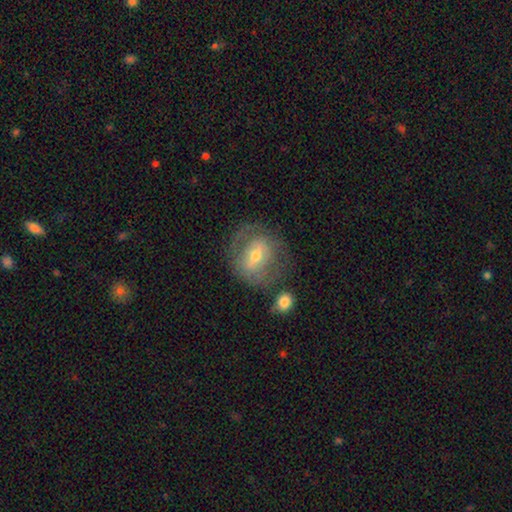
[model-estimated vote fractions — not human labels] Smooth or featured? featured or disk (58%)
Edge-on disk? no (94%)
Bar? weak (46%)
Spiral arms? yes (54%)
Bulge size? moderate (64%)
Merging? none (63%)